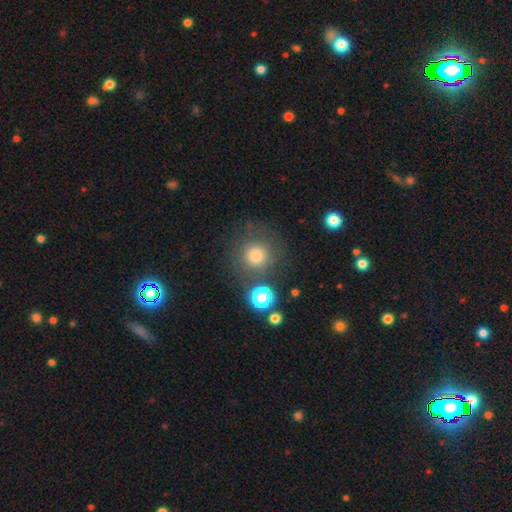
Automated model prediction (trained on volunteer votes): This is likely a smooth galaxy (76%). How rounded: clearly round (93%). Merging: likely none (74%).